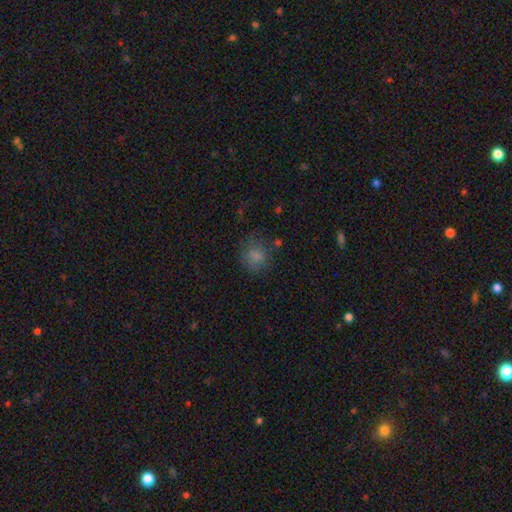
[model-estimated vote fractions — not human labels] smooth-or-featured: smooth: 78% | star or artifact: 13% | featured or disk: 9%
  how-rounded: round: 74% | in between: 25% | cigar-shaped: 1%
  merging: none: 69% | minor disturbance: 18% | major disturbance: 9% | merger: 3%